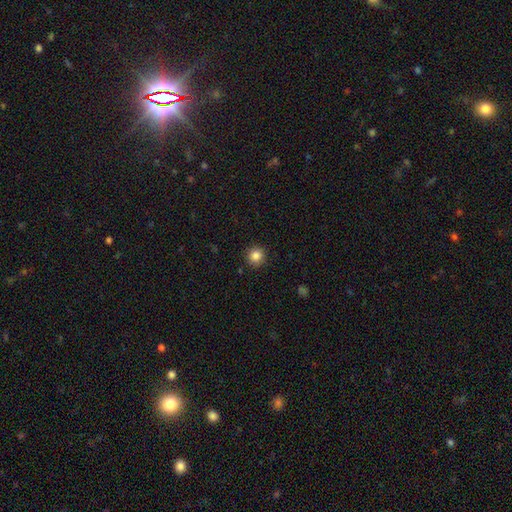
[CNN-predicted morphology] Smooth or featured: smooth — 84% (star or artifact — 11%)
How rounded: round — 93% (in between — 6%)
Merging: none — 91% (minor disturbance — 6%)